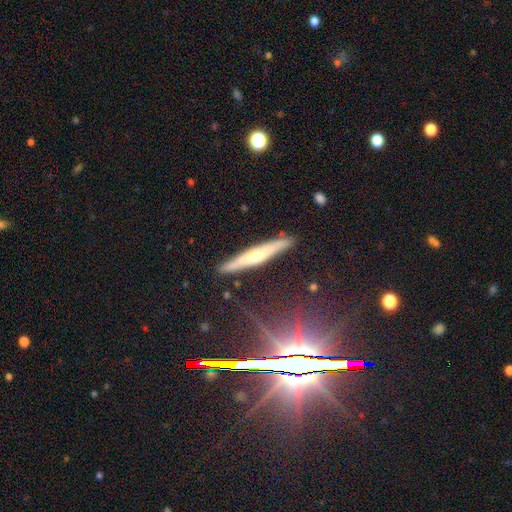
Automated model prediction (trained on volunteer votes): The model was most divided on "smooth or featured": featured or disk: 51%, smooth: 42%, star or artifact: 7%. More confident: edge-on disk — yes (93%); merging — none (88%).